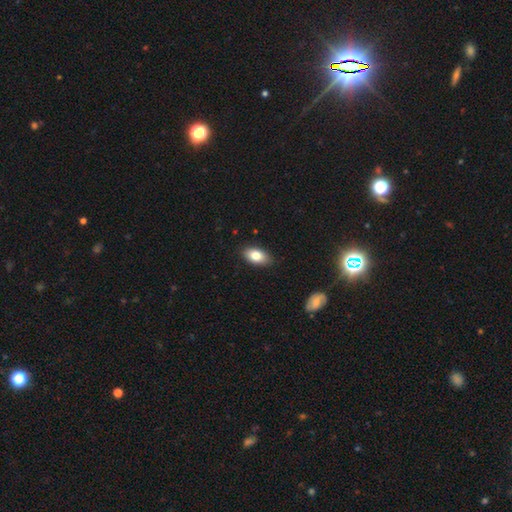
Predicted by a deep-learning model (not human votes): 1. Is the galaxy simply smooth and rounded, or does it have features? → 82% smooth, 11% featured or disk, 7% star or artifact.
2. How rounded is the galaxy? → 91% in between, 6% round, 3% cigar-shaped.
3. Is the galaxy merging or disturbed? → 86% none, 11% minor disturbance, 2% major disturbance, 1% merger.